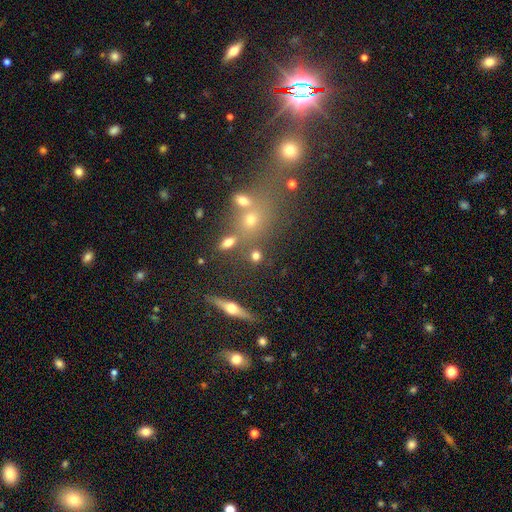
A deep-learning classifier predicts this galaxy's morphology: smooth-or-featured: smooth: 68% | featured or disk: 17% | star or artifact: 15%
  how-rounded: round: 73% | in between: 21% | cigar-shaped: 6%
  merging: none: 70% | merger: 16% | minor disturbance: 9% | major disturbance: 4%